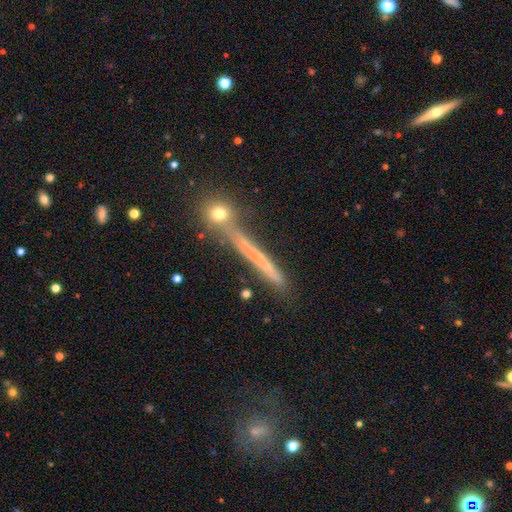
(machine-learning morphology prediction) smooth 44%, featured or disk 42%, star or artifact 14%. Down the decision tree: merging — none (73%).